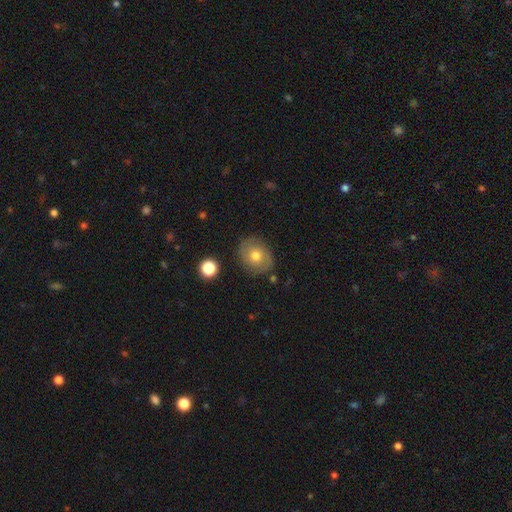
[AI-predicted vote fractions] smooth-or-featured: smooth: 59% | featured or disk: 31% | star or artifact: 10%
  how-rounded: round: 55% | in between: 44% | cigar-shaped: 1%
  merging: none: 81% | minor disturbance: 13% | major disturbance: 4% | merger: 2%